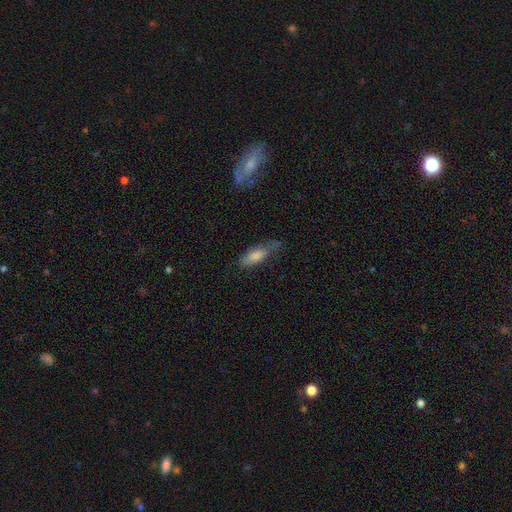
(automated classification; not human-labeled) Q: Smooth or featured?
A: smooth (65%); runner-up: featured or disk (26%)
Q: How rounded?
A: in between (55%); runner-up: cigar-shaped (42%)
Q: Merging?
A: none (58%); runner-up: minor disturbance (29%)